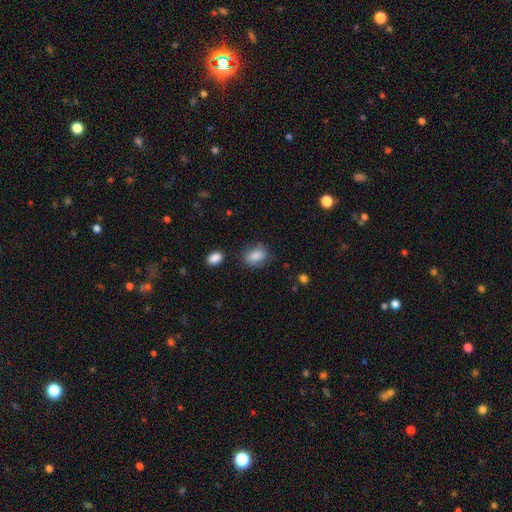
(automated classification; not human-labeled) smooth_or_featured: smooth (p=0.86) [alt: star or artifact p=0.08]
how_rounded: in between (p=0.82) [alt: round p=0.15]
merging: none (p=0.73) [alt: minor disturbance p=0.18]